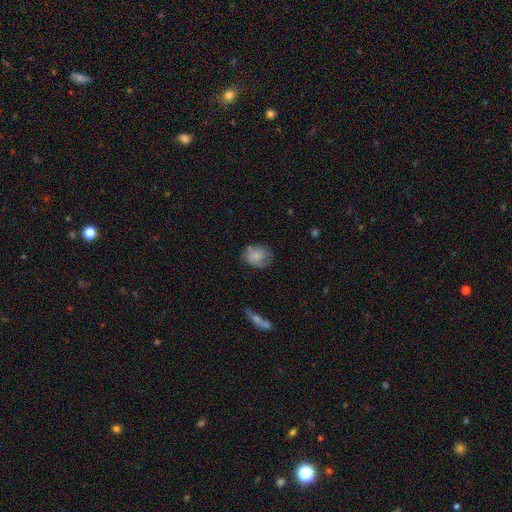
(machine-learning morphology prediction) Smooth or featured? Predicted: smooth (p=0.69). How rounded? Predicted: round (p=0.56). Merging? Predicted: none (p=0.62).